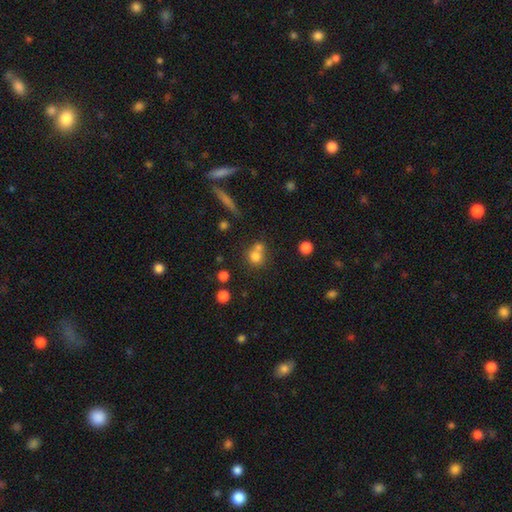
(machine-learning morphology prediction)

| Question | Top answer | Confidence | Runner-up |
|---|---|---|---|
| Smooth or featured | smooth | 74% | star or artifact (14%) |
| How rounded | round | 82% | in between (17%) |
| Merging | merger | 45% | none (42%) |